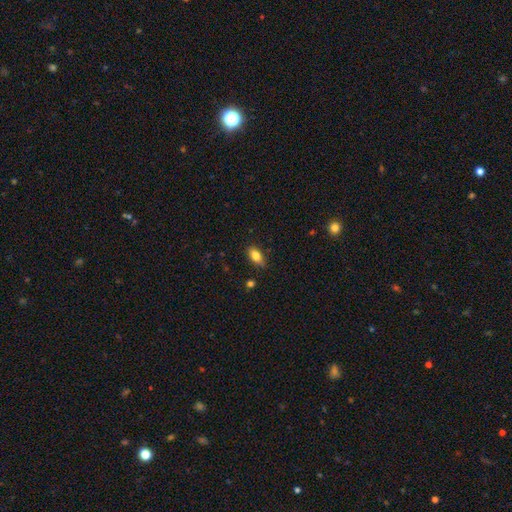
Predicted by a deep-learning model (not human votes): The model was most divided on "merging": none: 80%, minor disturbance: 15%, major disturbance: 3%, merger: 2%. More confident: how rounded — in between (86%); smooth or featured — smooth (80%).